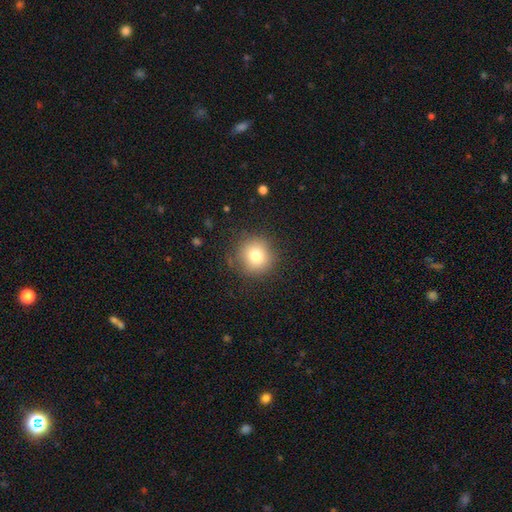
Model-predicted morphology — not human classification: Q: Smooth or featured?
A: smooth (78%); runner-up: star or artifact (11%)
Q: How rounded?
A: round (92%); runner-up: in between (7%)
Q: Merging?
A: none (84%); runner-up: minor disturbance (10%)